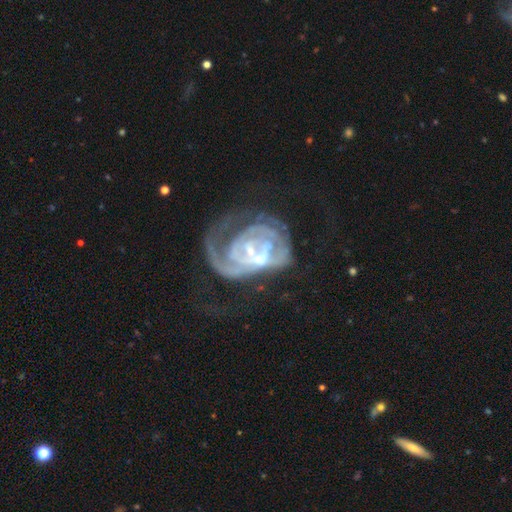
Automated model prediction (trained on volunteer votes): featured or disk 83%, smooth 10%, star or artifact 7%. Down the decision tree: edge-on disk — no (97%); bar — no (52%); spiral arms — yes (82%); spiral arm count — can't tell (32%); spiral winding — tight (52%); bulge size — small (58%); merging — major disturbance (37%).